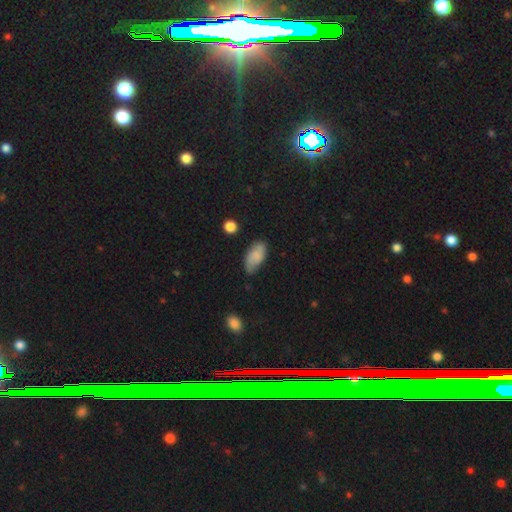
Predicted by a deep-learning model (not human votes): Overall: smooth (73%). How rounded: in between (93%). Merging: none (61%; minor disturbance 30%).